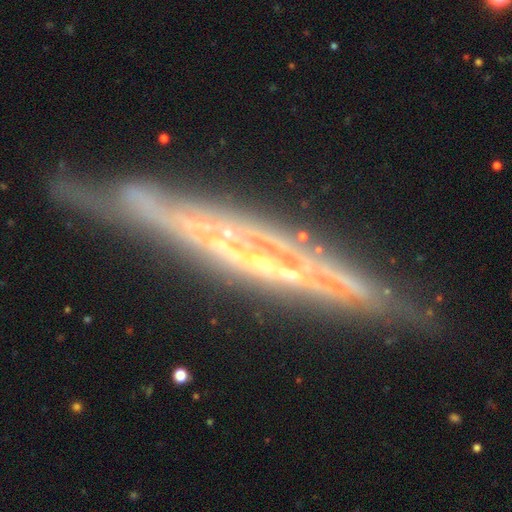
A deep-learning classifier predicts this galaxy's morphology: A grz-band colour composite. It shows a featured or disk galaxy (80%) viewed edge-on (87%) with no central bulge (70%). Merging: none (76%).